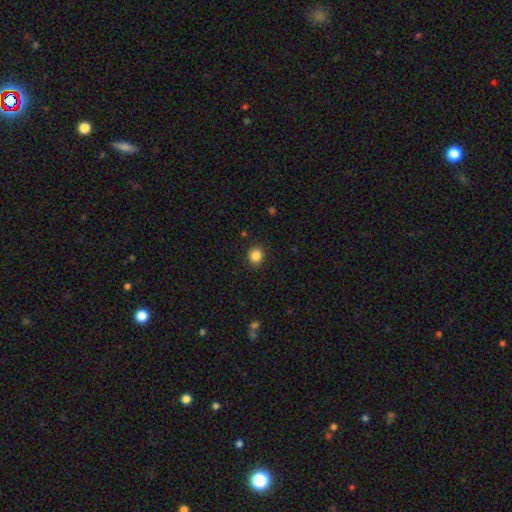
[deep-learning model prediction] Smooth or featured?
  - smooth: 86% *
  - star or artifact: 11%
  - featured or disk: 3%
How rounded?
  - round: 84% *
  - in between: 15%
  - cigar-shaped: 1%
Merging?
  - none: 91% *
  - minor disturbance: 6%
  - major disturbance: 2%
  - merger: 1%